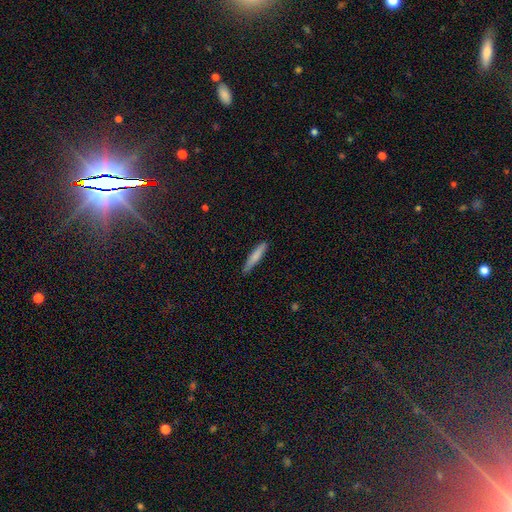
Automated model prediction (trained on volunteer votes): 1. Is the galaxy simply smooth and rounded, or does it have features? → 76% smooth, 18% featured or disk, 6% star or artifact.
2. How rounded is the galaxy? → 92% cigar-shaped, 7% in between, 1% round.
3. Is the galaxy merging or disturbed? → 86% none, 11% minor disturbance, 2% major disturbance, 1% merger.